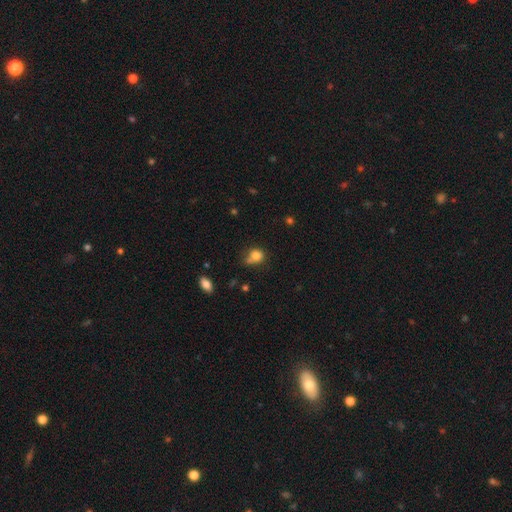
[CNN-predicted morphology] smooth-or-featured: smooth: 79% | star or artifact: 12% | featured or disk: 9%
  how-rounded: round: 65% | in between: 33% | cigar-shaped: 1%
  merging: none: 46% | minor disturbance: 25% | merger: 18% | major disturbance: 10%